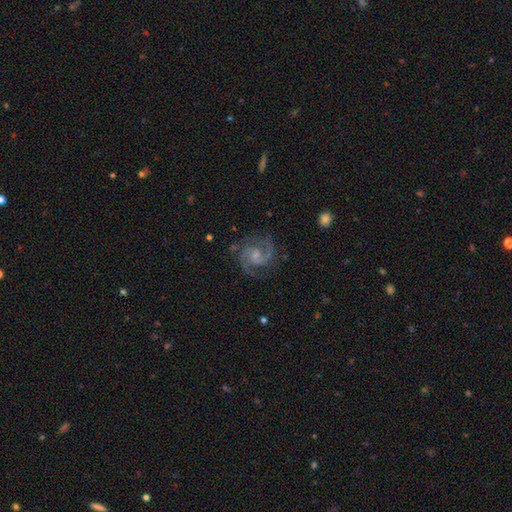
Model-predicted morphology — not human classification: This appears to be a featured or disk galaxy (92%) with a weak bar (50%), 2 (87%) medium (61%) spiral arms (98%) and a small central bulge (51%). Merging: none (79%).